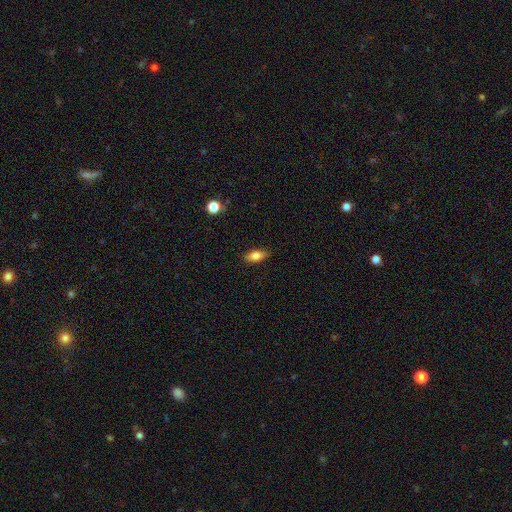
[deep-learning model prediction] A smooth galaxy with no disk features (80%) that is in between round and cigar-shaped (83%). Merging: none (84%).